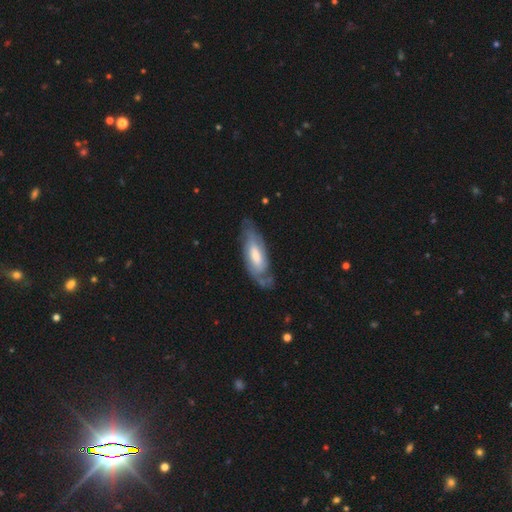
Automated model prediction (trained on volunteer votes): This appears to be a featured or disk galaxy (59%). Merging: none (64%).